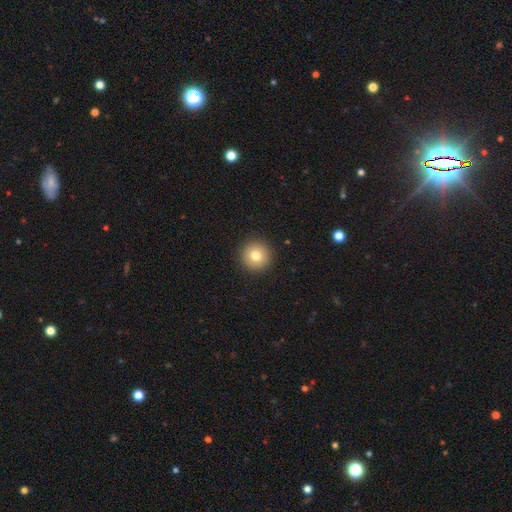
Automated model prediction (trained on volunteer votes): smooth_or_featured: smooth (p=0.78) [alt: star or artifact p=0.11]
how_rounded: round (p=0.96) [alt: in between p=0.03]
merging: none (p=0.93) [alt: minor disturbance p=0.05]